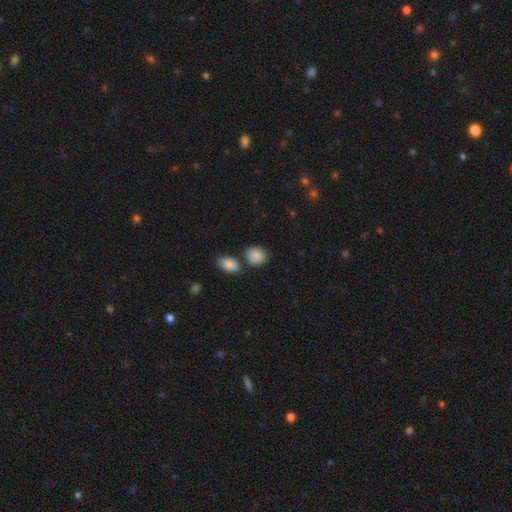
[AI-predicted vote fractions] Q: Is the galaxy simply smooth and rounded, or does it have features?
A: smooth — 87%.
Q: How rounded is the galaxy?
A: round — 55%.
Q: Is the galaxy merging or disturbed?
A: none — 63%.